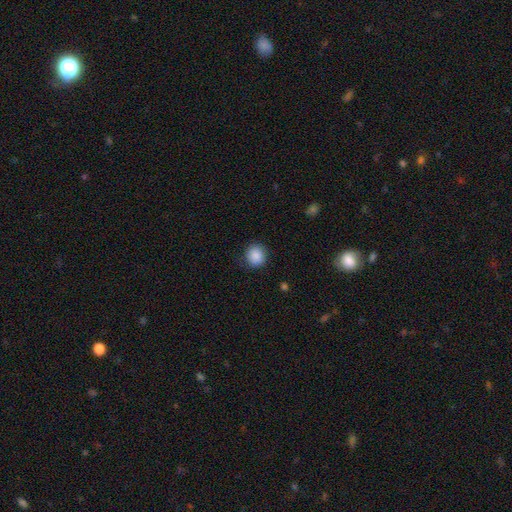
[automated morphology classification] This appears to be a smooth galaxy with no disk features (89%) that is round (83%). Merging: none (87%).